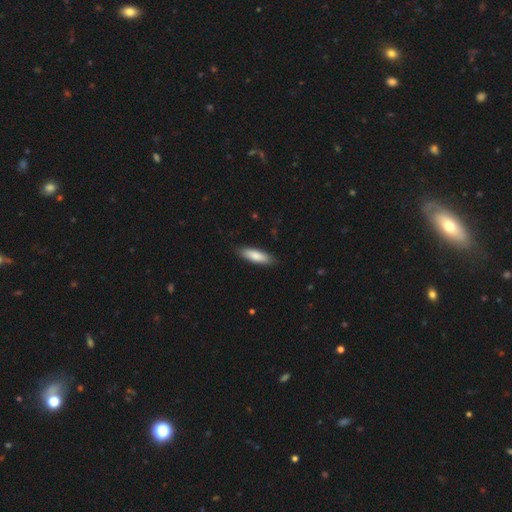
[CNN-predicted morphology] A smooth galaxy with no disk features (82%) that is cigar-shaped (54%).

Vote fractions:
- Smooth or featured? smooth: 82% / featured or disk: 13% / star or artifact: 5%
- How rounded? cigar-shaped: 54% / in between: 45% / round: 1%
- Merging? none: 86% / minor disturbance: 11% / major disturbance: 2% / merger: 1%